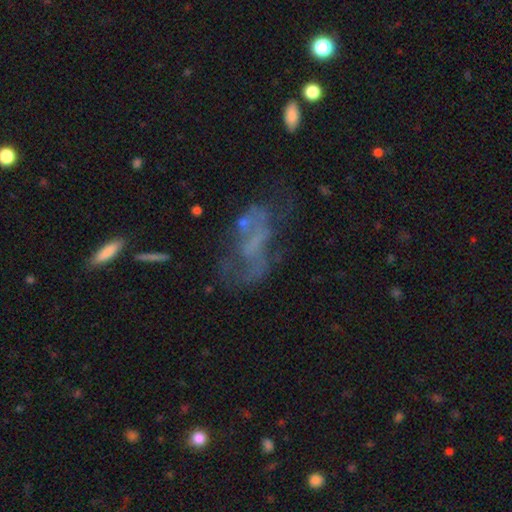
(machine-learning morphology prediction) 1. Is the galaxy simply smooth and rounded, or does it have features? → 53% featured or disk, 27% smooth, 19% star or artifact.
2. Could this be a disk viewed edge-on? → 94% no, 6% yes.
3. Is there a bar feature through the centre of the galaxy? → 74% no, 18% weak, 8% strong.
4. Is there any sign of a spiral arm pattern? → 70% no, 30% yes.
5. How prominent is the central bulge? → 71% none, 16% small, 8% moderate, 3% large, 1% dominant.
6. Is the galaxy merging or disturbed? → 36% none, 35% major disturbance, 20% minor disturbance, 9% merger.